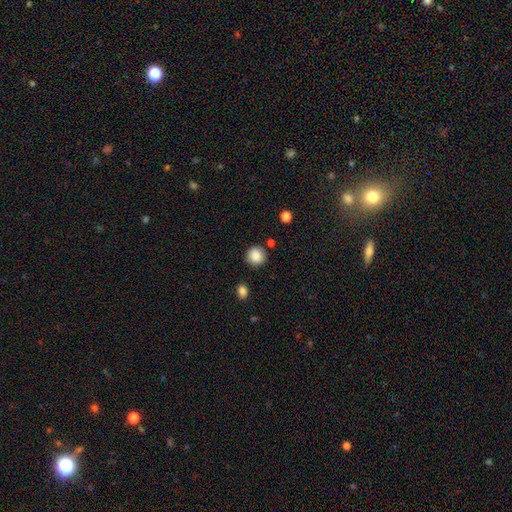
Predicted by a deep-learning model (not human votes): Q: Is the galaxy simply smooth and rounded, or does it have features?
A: smooth — 87%.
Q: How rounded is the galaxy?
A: round — 92%.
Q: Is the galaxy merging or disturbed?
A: none — 86%.